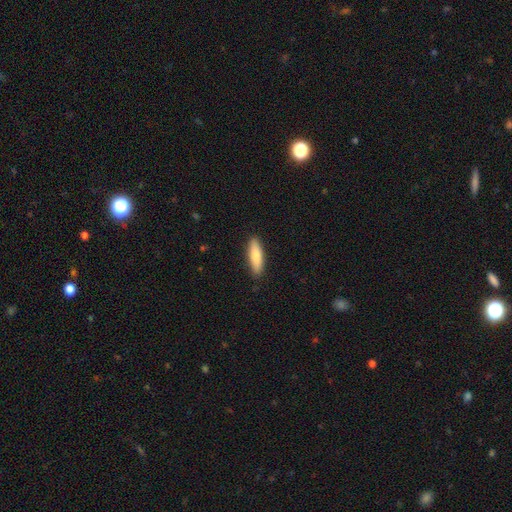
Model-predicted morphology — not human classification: The model was most divided on "how rounded": cigar-shaped: 58%, in between: 40%, round: 2%. More confident: merging — none (88%); smooth or featured — smooth (80%).